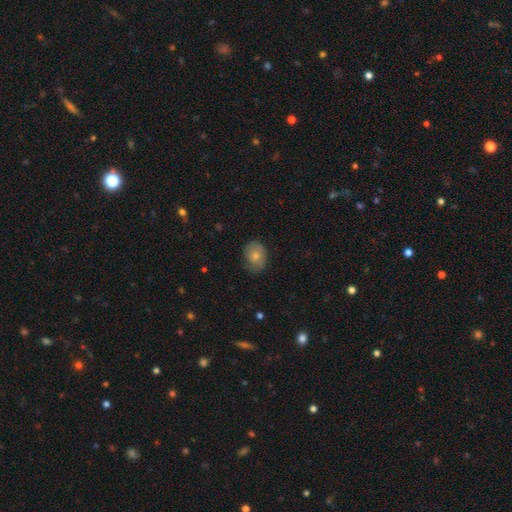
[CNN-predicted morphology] smooth-or-featured: smooth: 71% | featured or disk: 22% | star or artifact: 7%
  how-rounded: in between: 60% | round: 39% | cigar-shaped: 1%
  merging: none: 65% | minor disturbance: 27% | major disturbance: 7% | merger: 1%